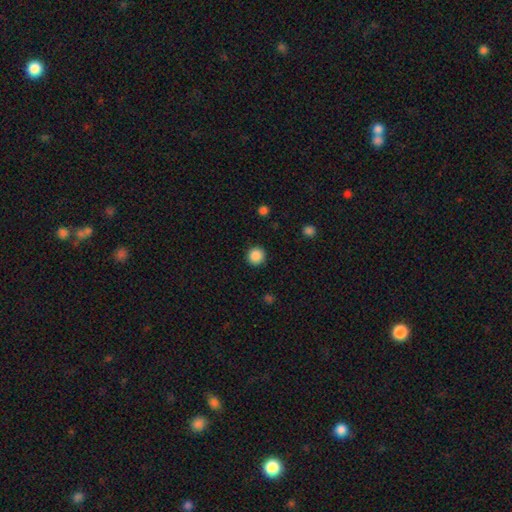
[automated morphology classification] type=smooth (88%); roundness=round (94%); merging=none (92%).